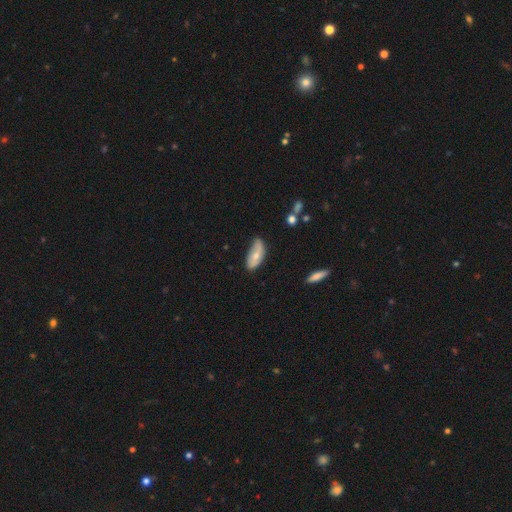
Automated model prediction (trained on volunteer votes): Smooth or featured? smooth (62%)
How rounded? in between (86%)
Merging? none (50%)